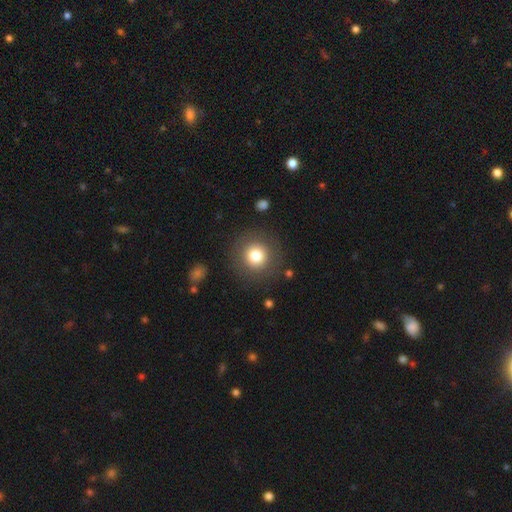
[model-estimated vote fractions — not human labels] Q: Smooth or featured?
A: smooth (78%); runner-up: featured or disk (11%)
Q: How rounded?
A: round (95%); runner-up: in between (4%)
Q: Merging?
A: none (86%); runner-up: minor disturbance (7%)